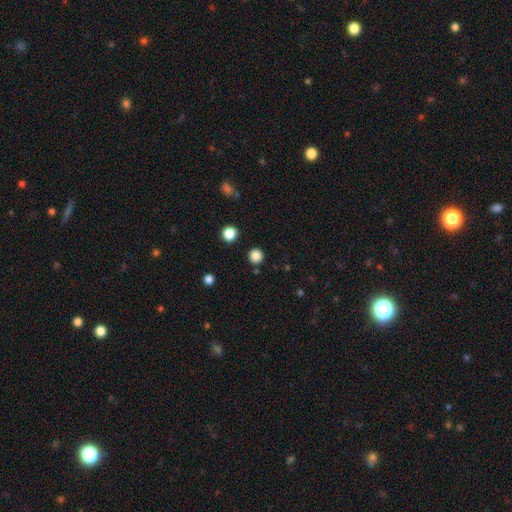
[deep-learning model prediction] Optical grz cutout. It shows a smooth galaxy with no disk features (85%) that is round (95%). Merging: none (89%).